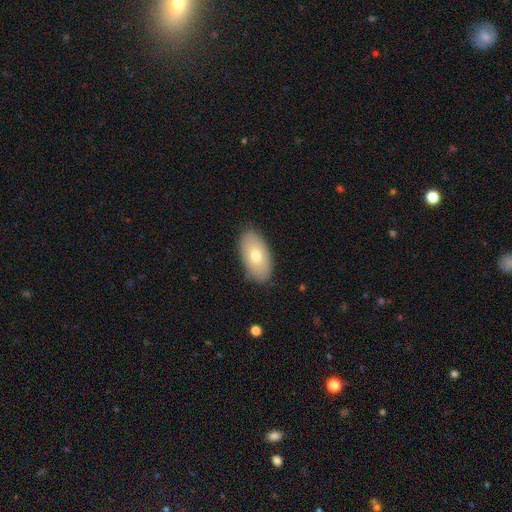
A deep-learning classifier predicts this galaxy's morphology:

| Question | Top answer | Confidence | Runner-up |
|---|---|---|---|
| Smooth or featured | smooth | 70% | featured or disk (23%) |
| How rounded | in between | 94% | round (4%) |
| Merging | none | 86% | minor disturbance (11%) |